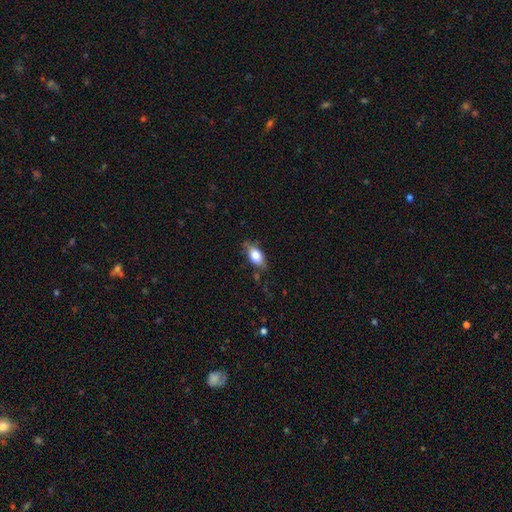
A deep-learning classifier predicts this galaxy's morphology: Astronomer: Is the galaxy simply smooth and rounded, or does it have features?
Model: smooth — 75%.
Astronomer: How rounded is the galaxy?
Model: in between — 86%.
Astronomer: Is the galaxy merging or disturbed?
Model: none — 73%.